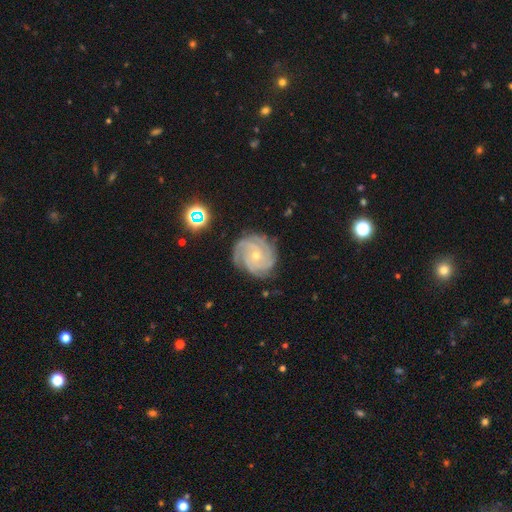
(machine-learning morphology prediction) A featured or disk galaxy (88%) with no bar (75%), 3 (32%) tight (71%) spiral arms (98%) and a small central bulge (71%).

Vote fractions:
- Smooth or featured? featured or disk: 88% / star or artifact: 6% / smooth: 6%
- Edge-on disk? no: 98% / yes: 2%
- Bar? no: 75% / weak: 21% / strong: 5%
- Spiral arms? yes: 98% / no: 2%
- Spiral winding? tight: 71% / medium: 25% / loose: 4%
- Spiral arm count? 3: 32% / 4: 30% / can't tell: 15% / 2: 9% / more than 4: 8% / 1: 6%
- Bulge size? small: 71% / moderate: 26% / none: 1% / large: 1% / dominant: 1%
- Merging? none: 79% / minor disturbance: 15% / major disturbance: 4% / merger: 1%